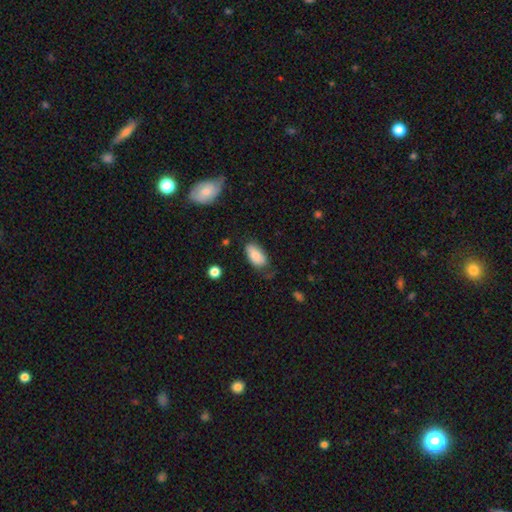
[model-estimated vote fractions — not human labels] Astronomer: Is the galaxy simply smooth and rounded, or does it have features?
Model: smooth — 82%.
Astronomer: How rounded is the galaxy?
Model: in between — 94%.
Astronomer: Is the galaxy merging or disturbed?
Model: none — 60%.